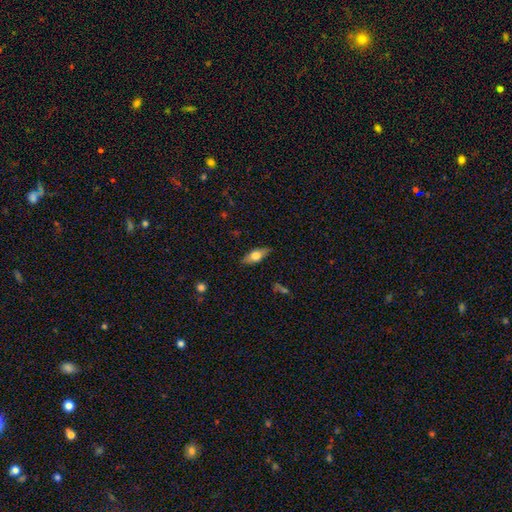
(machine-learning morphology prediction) smooth 60%, featured or disk 33%, star or artifact 7%. Down the decision tree: how rounded — in between (74%); merging — none (84%).